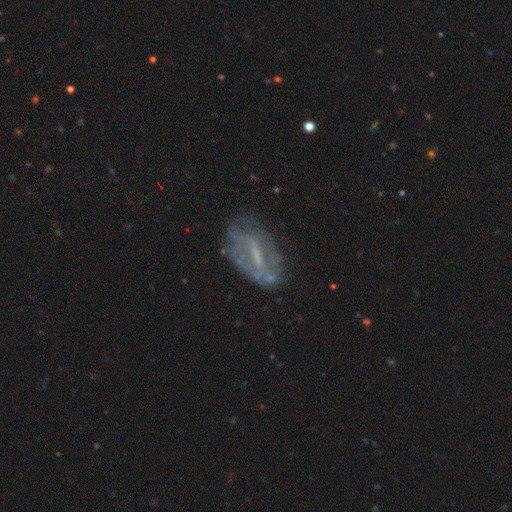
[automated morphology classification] type=featured or disk (65%); edge-on=no (89%); bar=strong (38%); spiral arms=no (53%); bulge=none (41%); merging=none (60%).